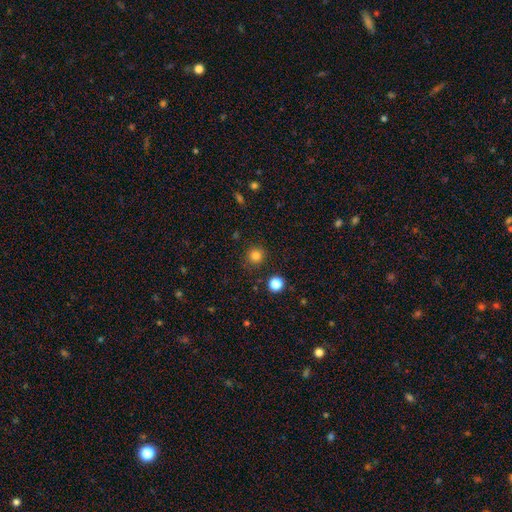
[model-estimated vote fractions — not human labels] Smooth or featured? Predicted: smooth (p=0.83). How rounded? Predicted: round (p=0.93). Merging? Predicted: none (p=0.88).